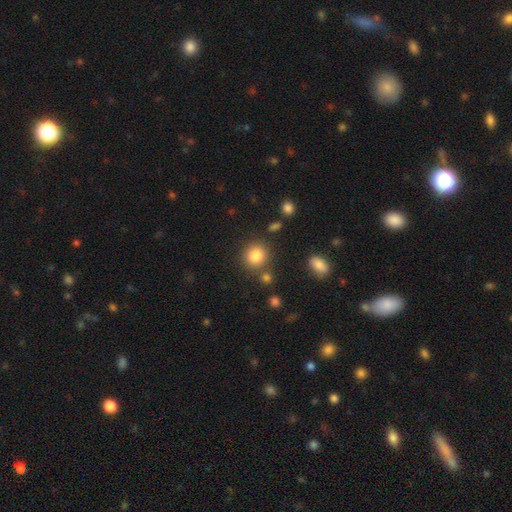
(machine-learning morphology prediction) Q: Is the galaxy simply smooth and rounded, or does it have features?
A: smooth — 84%.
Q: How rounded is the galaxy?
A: round — 85%.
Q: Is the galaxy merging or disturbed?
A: none — 79%.